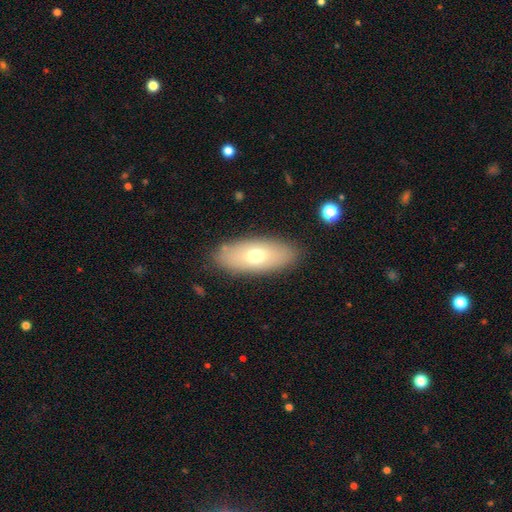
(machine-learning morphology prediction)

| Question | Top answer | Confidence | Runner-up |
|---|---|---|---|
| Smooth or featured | smooth | 66% | featured or disk (27%) |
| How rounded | in between | 83% | cigar-shaped (14%) |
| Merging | none | 86% | minor disturbance (10%) |